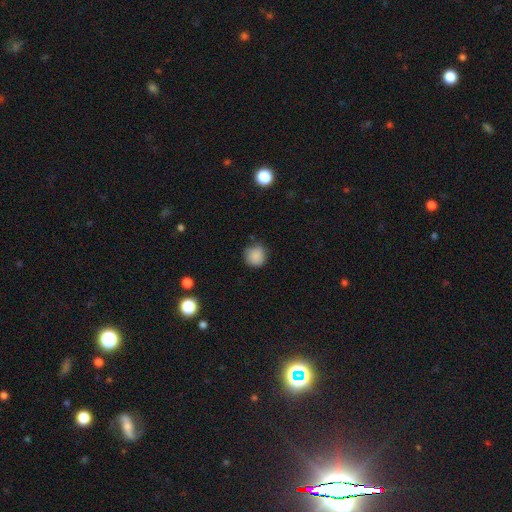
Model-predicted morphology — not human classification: smooth 86%, star or artifact 10%, featured or disk 4%. Down the decision tree: how rounded — round (91%); merging — none (78%).